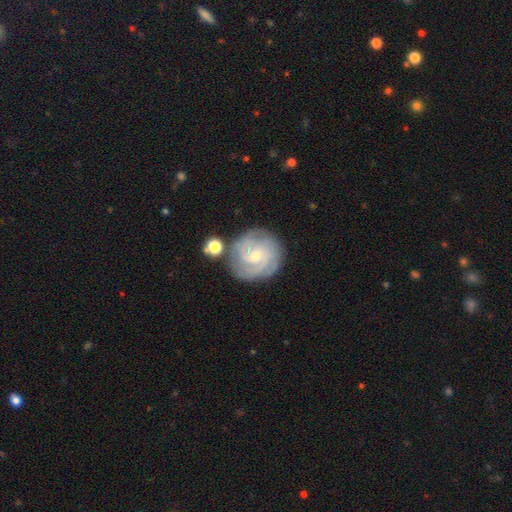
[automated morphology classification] smooth-or-featured: featured or disk: 80% | smooth: 13% | star or artifact: 7%
  disk-edge-on: no: 98% | yes: 2%
    bar: no: 59% | weak: 34% | strong: 6%
    has-spiral-arms: yes: 95% | no: 5%
      spiral-winding: tight: 67% | medium: 27% | loose: 6%
      spiral-arm-count: 3: 28% | can't tell: 26% | 4: 18% | 2: 17% | more than 4: 5% | 1: 5%
    bulge-size: small: 69% | moderate: 27% | none: 1% | large: 1% | dominant: 1%
  merging: none: 76% | minor disturbance: 14% | merger: 6% | major disturbance: 5%